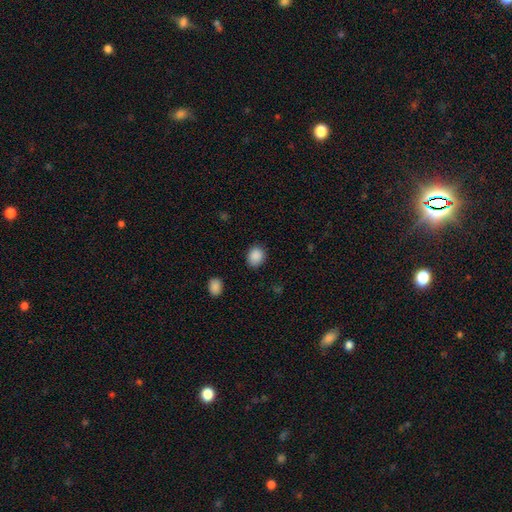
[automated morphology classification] type=smooth (88%); roundness=round (59%); merging=none (84%).